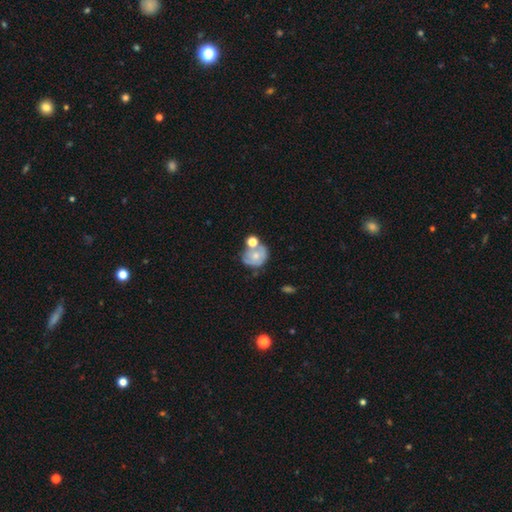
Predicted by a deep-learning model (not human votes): A smooth galaxy with no disk features (50%) that is round (70%).

Vote fractions:
- Smooth or featured? smooth: 50% / featured or disk: 41% / star or artifact: 8%
- How rounded? round: 70% / in between: 29% / cigar-shaped: 1%
- Merging? none: 36% / merger: 33% / minor disturbance: 19% / major disturbance: 11%